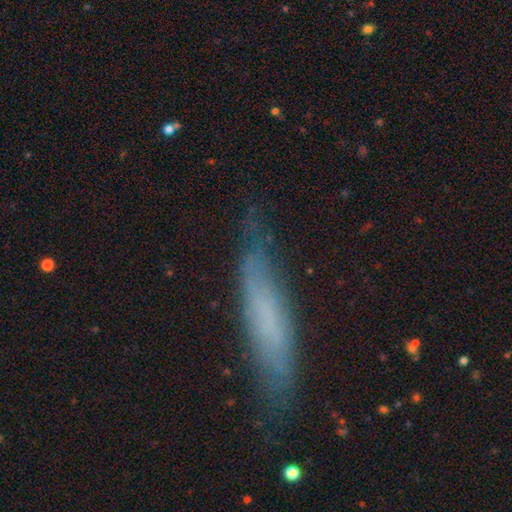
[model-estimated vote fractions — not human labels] A smooth galaxy with no disk features (52%) that is cigar-shaped (81%).

Vote fractions:
- Smooth or featured? smooth: 52% / featured or disk: 37% / star or artifact: 11%
- How rounded? cigar-shaped: 81% / in between: 17% / round: 2%
- Merging? none: 72% / minor disturbance: 19% / major disturbance: 6% / merger: 2%